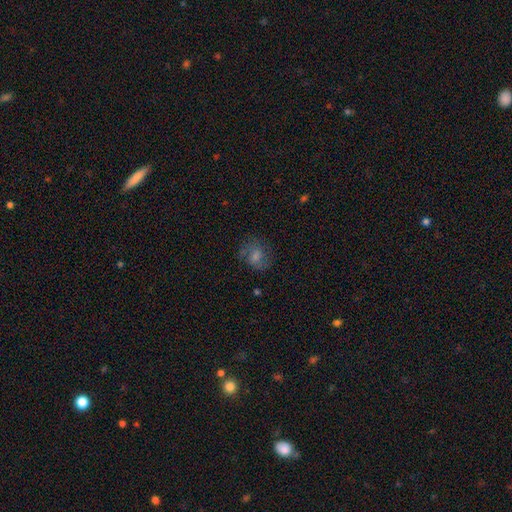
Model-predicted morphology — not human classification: Smooth or featured: smooth — 45% (featured or disk — 34%)
Merging: none — 73% (minor disturbance — 17%)